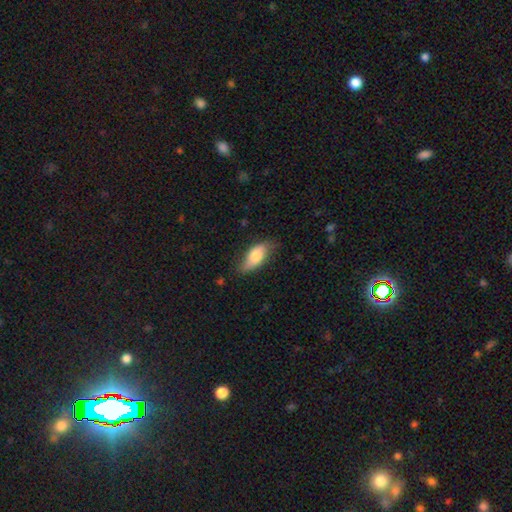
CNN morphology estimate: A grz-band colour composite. It shows a smooth galaxy with no disk features (71%) that is in between round and cigar-shaped (86%). Merging: none (68%).